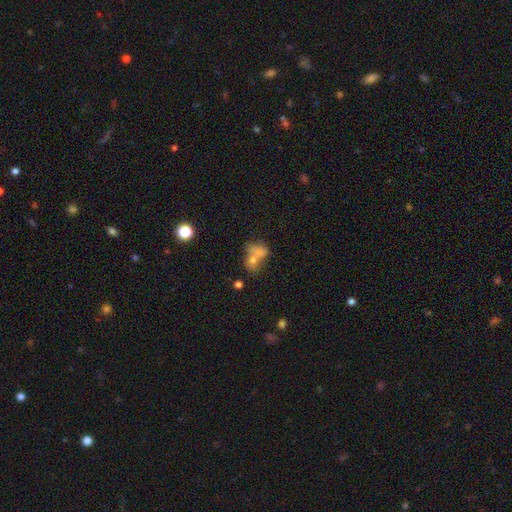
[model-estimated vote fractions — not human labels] smooth-or-featured: smooth: 68% | featured or disk: 18% | star or artifact: 14%
  how-rounded: in between: 60% | round: 37% | cigar-shaped: 3%
  merging: merger: 55% | none: 27% | minor disturbance: 10% | major disturbance: 8%